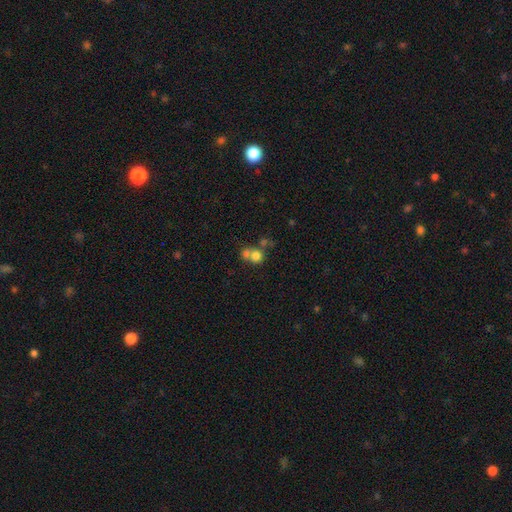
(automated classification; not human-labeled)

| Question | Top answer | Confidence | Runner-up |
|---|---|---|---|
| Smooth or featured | smooth | 74% | featured or disk (14%) |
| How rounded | round | 84% | in between (15%) |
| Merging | merger | 51% | none (38%) |